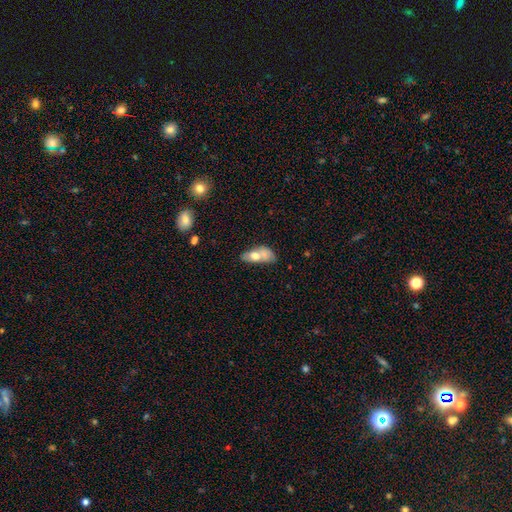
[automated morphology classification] Smooth or featured: smooth — 62% (featured or disk — 31%)
How rounded: in between — 84% (cigar-shaped — 9%)
Merging: merger — 45% (none — 24%)